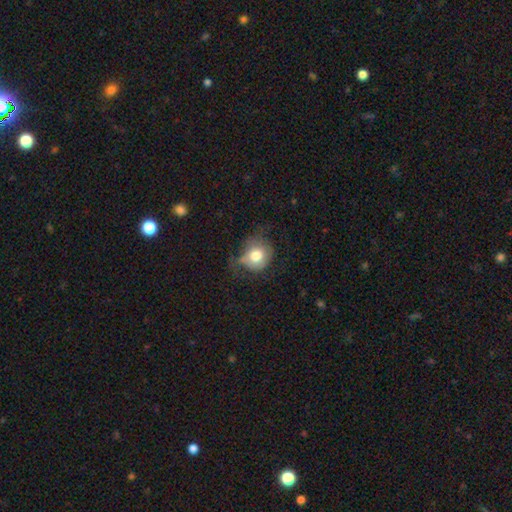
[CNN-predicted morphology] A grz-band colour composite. It shows a smooth galaxy with no disk features (75%) that is round (77%). Merging: none (44%).